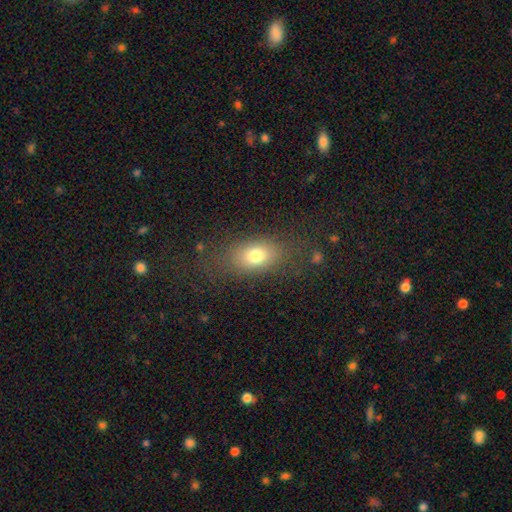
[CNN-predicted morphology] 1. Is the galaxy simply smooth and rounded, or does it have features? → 75% smooth, 14% featured or disk, 11% star or artifact.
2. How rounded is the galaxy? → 80% in between, 16% round, 4% cigar-shaped.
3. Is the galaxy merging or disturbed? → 75% none, 14% minor disturbance, 9% major disturbance, 2% merger.